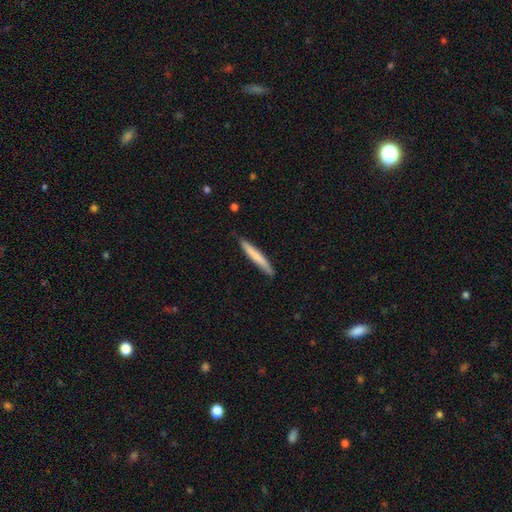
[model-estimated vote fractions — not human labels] Smooth or featured? smooth (71%)
How rounded? cigar-shaped (96%)
Merging? none (87%)